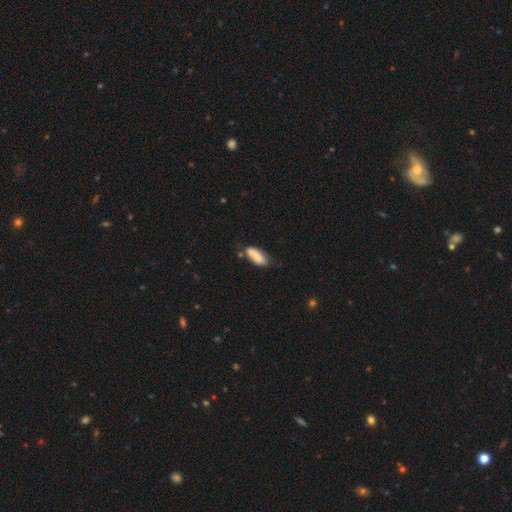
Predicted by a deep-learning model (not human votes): Morphology: type=smooth (86%); roundness=in between (73%); merging=none (67%).